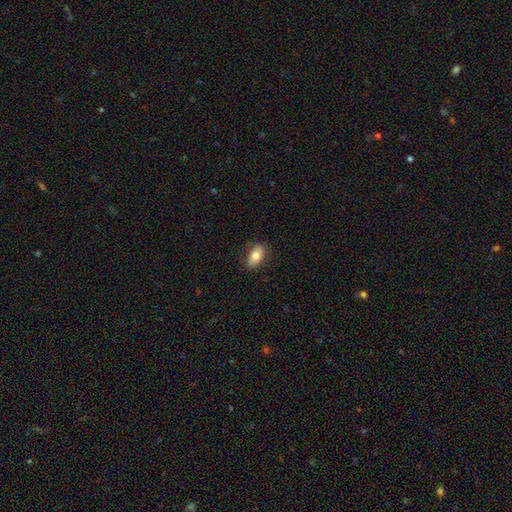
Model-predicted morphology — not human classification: smooth-or-featured: smooth: 77% | featured or disk: 16% | star or artifact: 7%
  how-rounded: in between: 88% | cigar-shaped: 6% | round: 6%
  merging: none: 81% | minor disturbance: 15% | major disturbance: 3% | merger: 1%